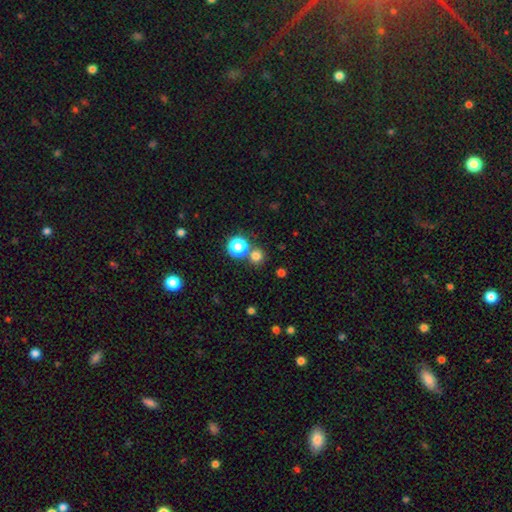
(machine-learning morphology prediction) smooth_or_featured: smooth (p=0.75) [alt: star or artifact p=0.20]
how_rounded: round (p=0.93) [alt: in between p=0.06]
merging: none (p=0.75) [alt: merger p=0.16]